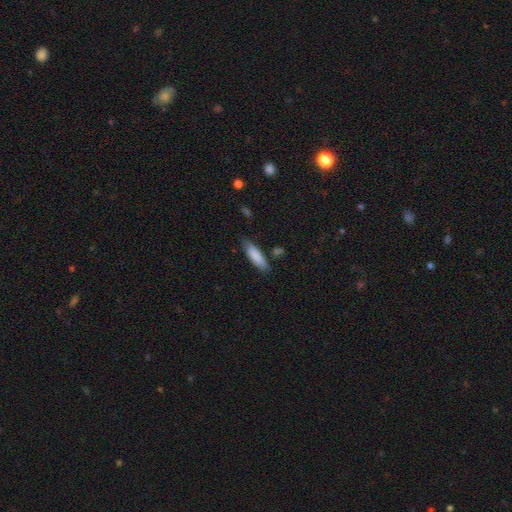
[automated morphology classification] The model was most divided on "how rounded": cigar-shaped: 56%, in between: 42%, round: 1%. More confident: smooth or featured — smooth (86%); merging — none (80%).